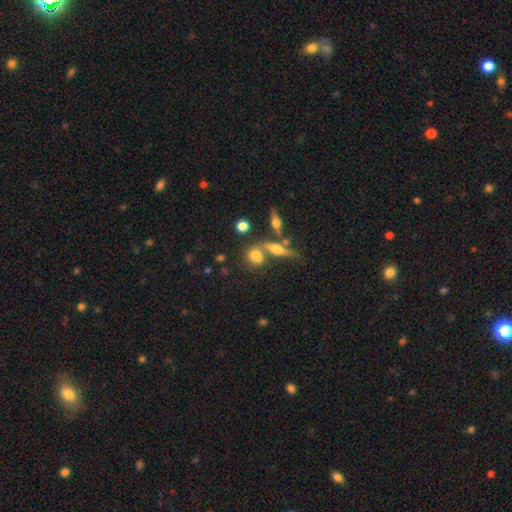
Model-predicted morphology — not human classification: Smooth or featured? smooth (67%)
How rounded? in between (51%)
Merging? none (48%)